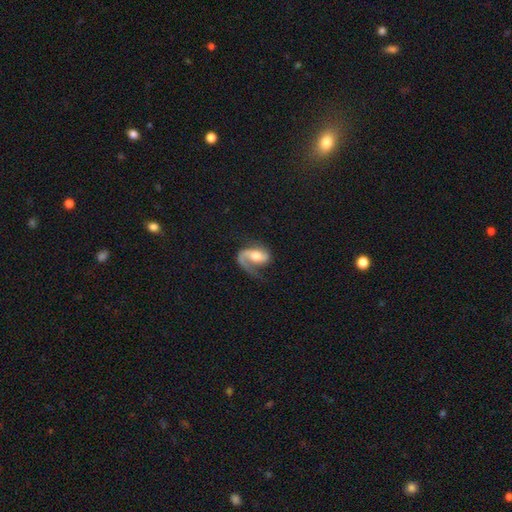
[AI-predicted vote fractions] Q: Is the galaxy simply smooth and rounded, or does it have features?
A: featured or disk — 82%.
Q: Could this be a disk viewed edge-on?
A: no — 97%.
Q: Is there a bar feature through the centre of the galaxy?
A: no — 48%.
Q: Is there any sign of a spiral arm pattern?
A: yes — 96%.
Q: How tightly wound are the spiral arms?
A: medium — 42%.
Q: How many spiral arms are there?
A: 1 — 56%.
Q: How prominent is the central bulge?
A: moderate — 51%.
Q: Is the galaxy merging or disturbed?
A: none — 49%.